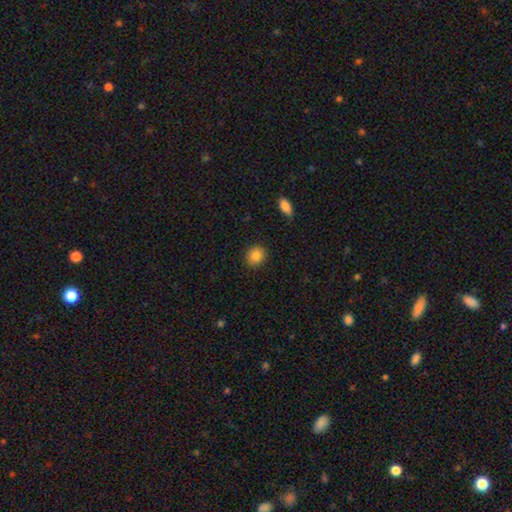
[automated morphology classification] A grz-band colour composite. It shows a smooth galaxy with no disk features (85%) that is round (80%). Merging: none (90%).